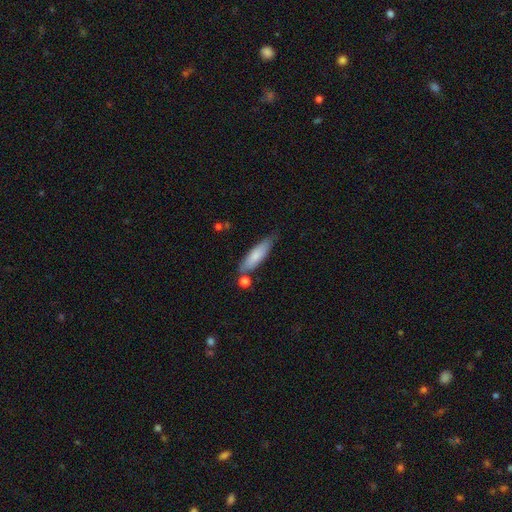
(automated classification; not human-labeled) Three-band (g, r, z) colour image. It shows a smooth galaxy with no disk features (74%) that is cigar-shaped (65%). Merging: none (68%).